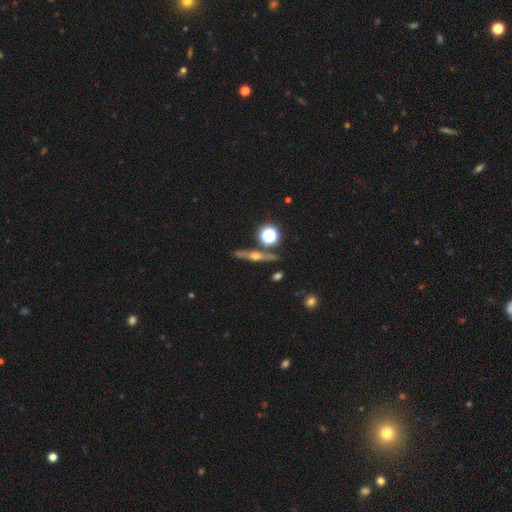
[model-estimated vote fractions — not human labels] Smooth or featured? featured or disk (67%)
Edge-on disk? yes (95%)
Edge-on bulge? rounded (93%)
Merging? none (85%)